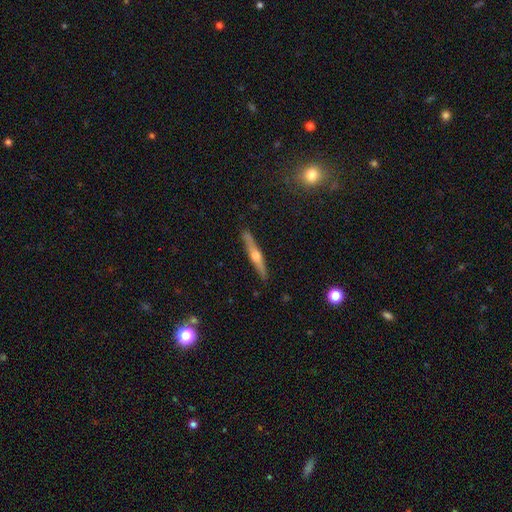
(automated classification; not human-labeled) smooth_or_featured: featured or disk (p=0.73) [alt: smooth p=0.21]
disk_edge_on: yes (p=0.98) [alt: no p=0.02]
edge_on_bulge: rounded (p=0.91) [alt: boxy p=0.05]
merging: none (p=0.91) [alt: minor disturbance p=0.07]